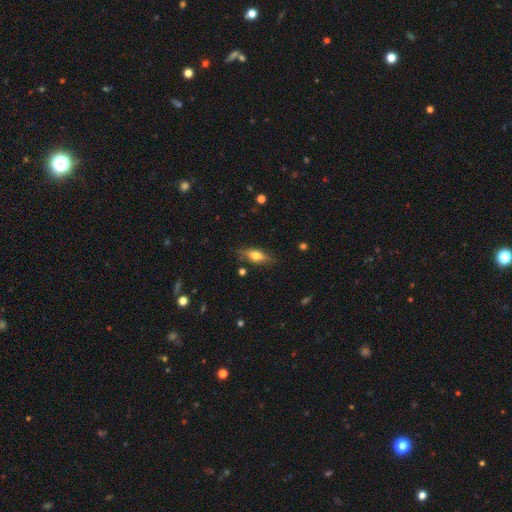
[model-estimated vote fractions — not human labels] This is possibly a smooth galaxy (50%). How rounded: possibly in between (54%). Merging: clearly none (81%).